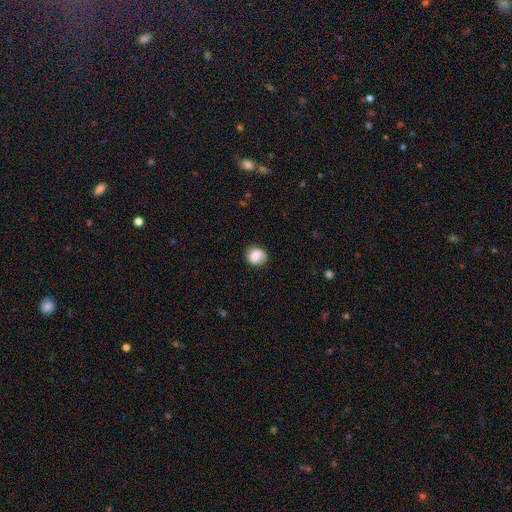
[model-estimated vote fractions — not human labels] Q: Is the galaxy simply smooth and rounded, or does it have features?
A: smooth — 72%.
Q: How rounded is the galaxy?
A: round — 76%.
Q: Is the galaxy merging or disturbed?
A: none — 66%.